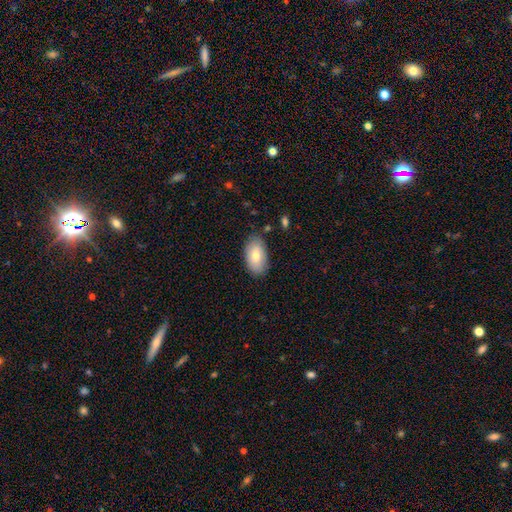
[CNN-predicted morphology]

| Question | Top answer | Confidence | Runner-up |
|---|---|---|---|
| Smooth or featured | smooth | 78% | featured or disk (16%) |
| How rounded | in between | 94% | round (4%) |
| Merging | none | 82% | minor disturbance (13%) |